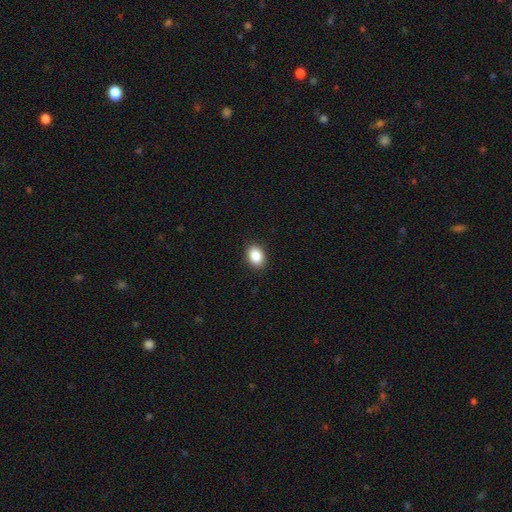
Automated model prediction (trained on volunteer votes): smooth-or-featured: smooth: 87% | star or artifact: 9% | featured or disk: 4%
  how-rounded: in between: 65% | round: 34% | cigar-shaped: 1%
  merging: none: 90% | minor disturbance: 7% | major disturbance: 2% | merger: 1%